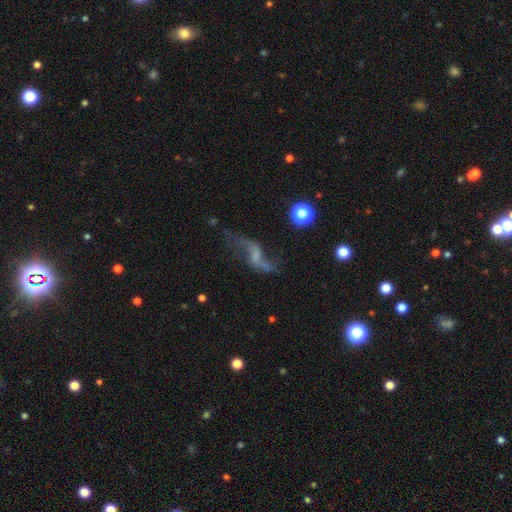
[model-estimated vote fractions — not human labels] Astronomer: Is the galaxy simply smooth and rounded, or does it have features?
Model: featured or disk — 76%.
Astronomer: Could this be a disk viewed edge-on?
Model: no — 91%.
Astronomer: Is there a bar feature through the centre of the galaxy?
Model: no — 47% (runner-up: weak, 39%).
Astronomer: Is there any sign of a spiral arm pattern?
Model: yes — 90%.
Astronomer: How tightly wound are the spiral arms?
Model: loose — 93%.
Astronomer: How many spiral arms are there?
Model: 2 — 91%.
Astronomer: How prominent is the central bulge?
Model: none — 41% (runner-up: small, 38%).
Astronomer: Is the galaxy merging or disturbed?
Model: none — 60%.